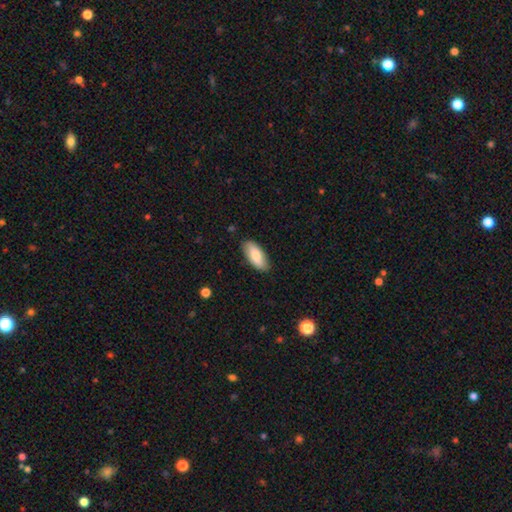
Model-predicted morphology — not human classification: A smooth galaxy with no disk features (80%) that is in between round and cigar-shaped (87%). Merging: none (86%).